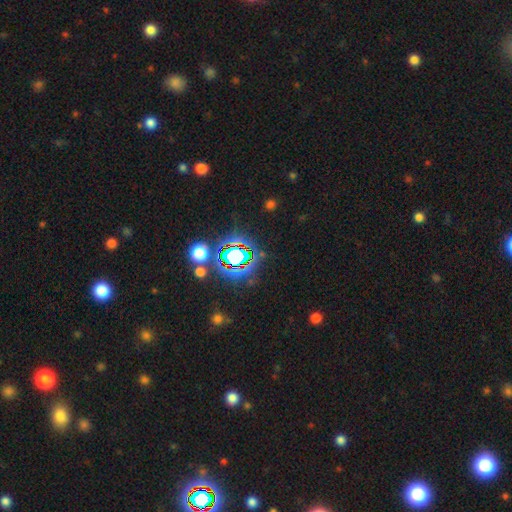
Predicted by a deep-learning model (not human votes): star or artifact 79%, smooth 13%, featured or disk 8%.